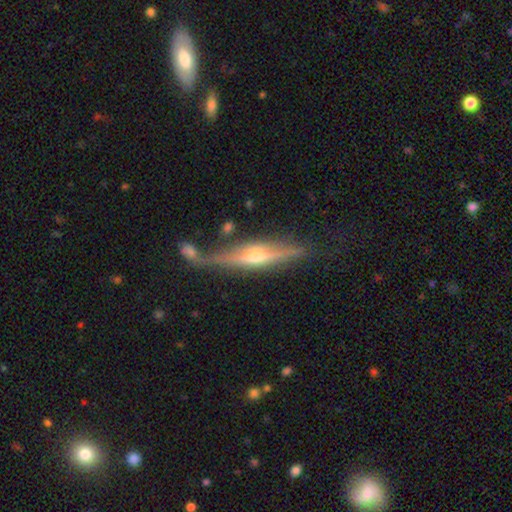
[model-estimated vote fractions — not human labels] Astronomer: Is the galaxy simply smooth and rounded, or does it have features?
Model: featured or disk — 79%.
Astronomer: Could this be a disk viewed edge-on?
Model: yes — 94%.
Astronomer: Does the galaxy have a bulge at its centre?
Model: rounded — 88%.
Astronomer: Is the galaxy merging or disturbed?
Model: none — 62%.